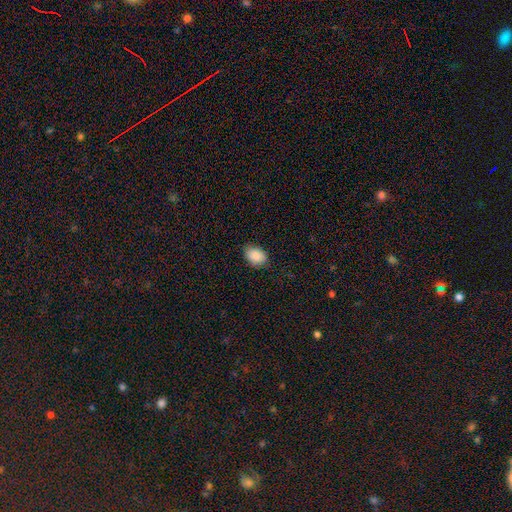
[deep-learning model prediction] A smooth galaxy with no disk features (89%) that is in between round and cigar-shaped (79%). Merging: none (82%).